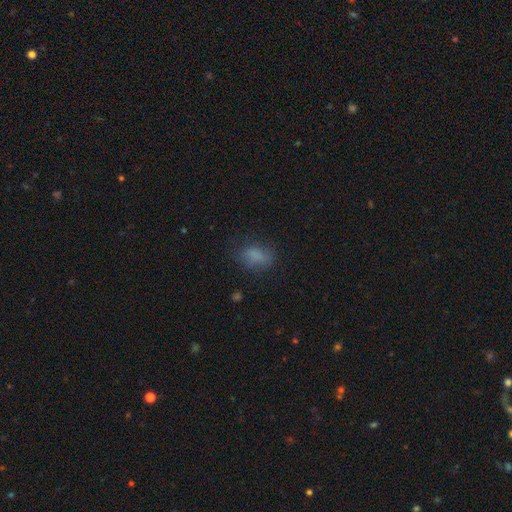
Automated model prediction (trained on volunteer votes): This is likely a smooth galaxy (77%). How rounded: likely in between (76%). Merging: likely none (67%).